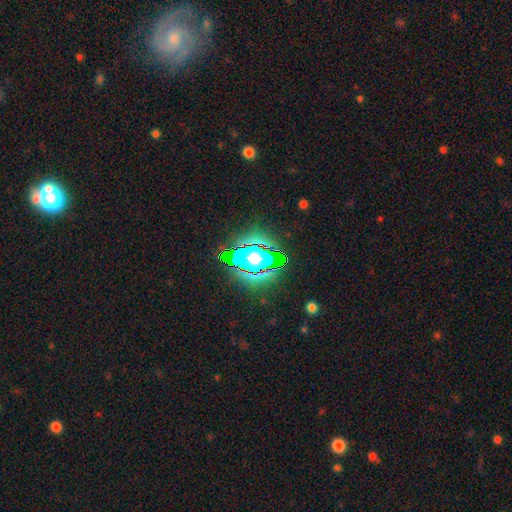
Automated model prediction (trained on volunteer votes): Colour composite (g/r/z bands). It shows a star or artifact, not a galaxy (78%).